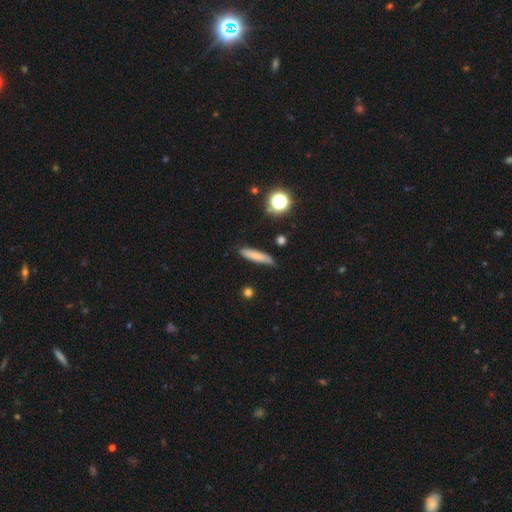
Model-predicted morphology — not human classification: This is likely a smooth galaxy (76%). How rounded: clearly cigar-shaped (85%). Merging: clearly none (81%).